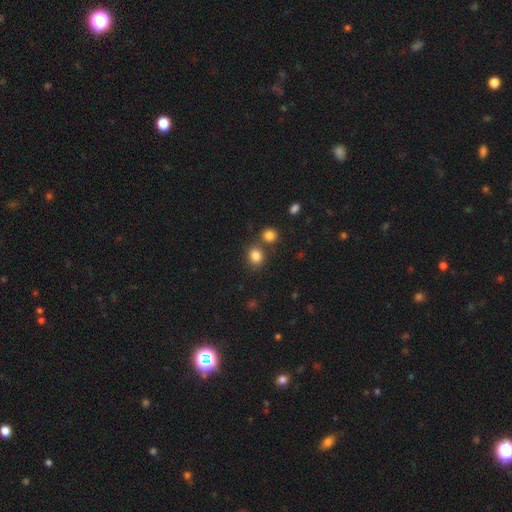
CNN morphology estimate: The model was most divided on "how rounded": round: 68%, in between: 31%, cigar-shaped: 1%. More confident: smooth or featured — smooth (83%); merging — none (65%).